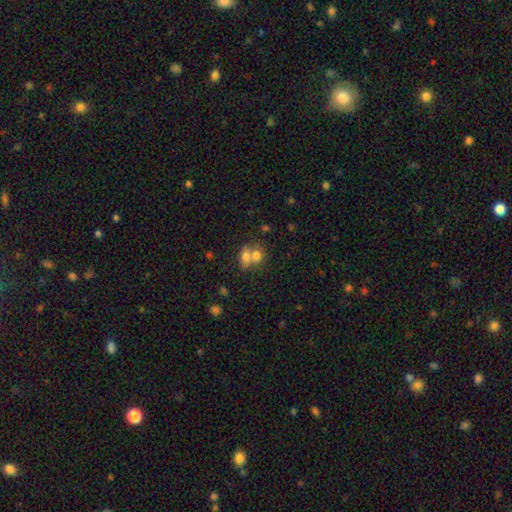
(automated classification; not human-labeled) smooth 72%, featured or disk 17%, star or artifact 11%. Down the decision tree: how rounded — in between (49%, tied with round); merging — merger (66%).